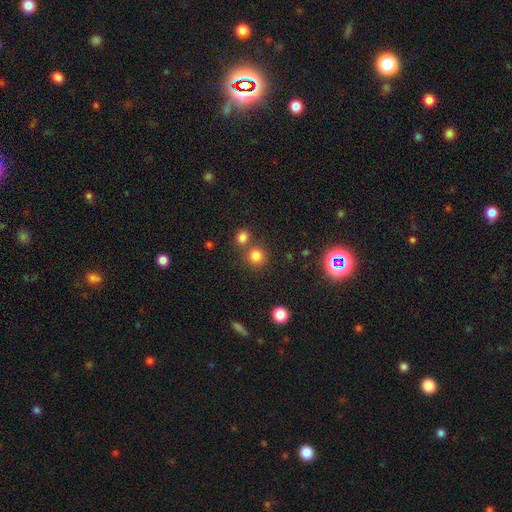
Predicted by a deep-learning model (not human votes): This appears to be a smooth galaxy with no disk features (78%) that is round (89%). Merging: none (67%).